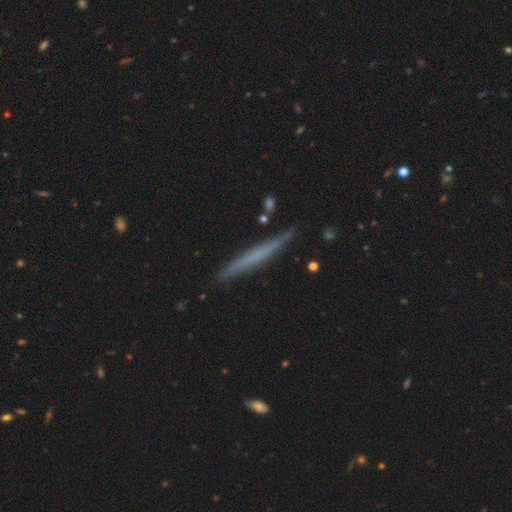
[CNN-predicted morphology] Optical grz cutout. It shows a featured or disk galaxy (48%). Merging: none (89%).